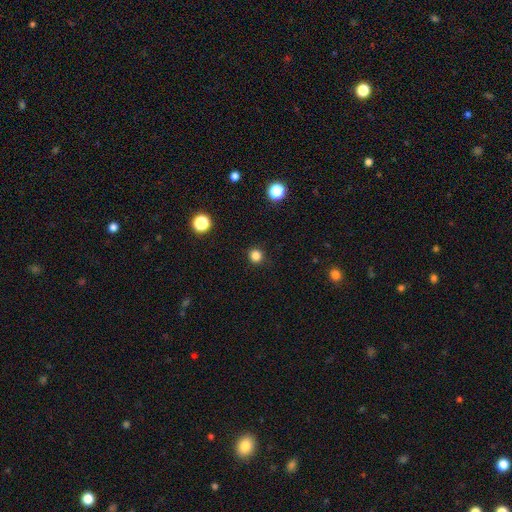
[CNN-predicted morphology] Q: Smooth or featured?
A: smooth (83%); runner-up: star or artifact (14%)
Q: How rounded?
A: round (94%); runner-up: in between (5%)
Q: Merging?
A: none (91%); runner-up: minor disturbance (6%)